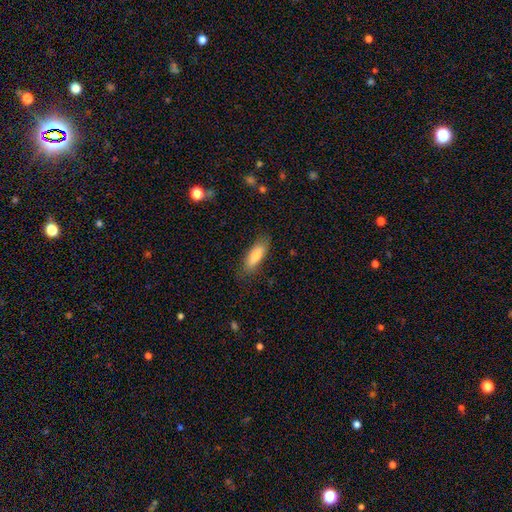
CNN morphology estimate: smooth-or-featured: smooth: 81% | featured or disk: 13% | star or artifact: 6%
  how-rounded: in between: 55% | cigar-shaped: 43% | round: 2%
  merging: none: 81% | minor disturbance: 14% | major disturbance: 3% | merger: 1%